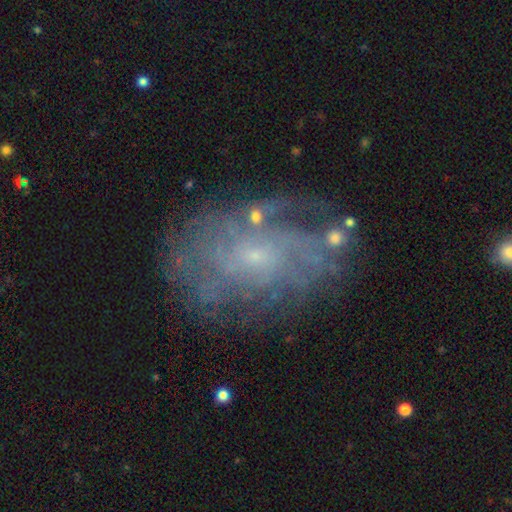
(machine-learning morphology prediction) Smooth or featured: featured or disk — 74% (smooth — 15%)
Edge-on disk: no — 96% (yes — 4%)
Bar: no — 73% (weak — 23%)
Spiral arms: yes — 79% (no — 21%)
Spiral winding: tight — 53% (medium — 30%)
Spiral arm count: can't tell — 57% (2 — 11%)
Bulge size: small — 80% (moderate — 11%)
Merging: none — 70% (minor disturbance — 18%)